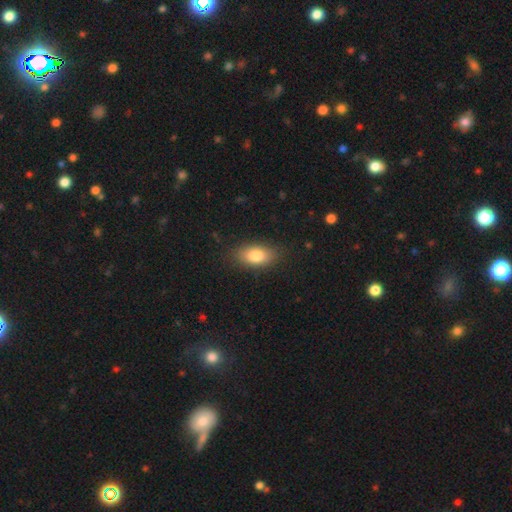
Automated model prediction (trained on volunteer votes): This is clearly a smooth galaxy (81%). How rounded: clearly in between (89%). Merging: clearly none (84%).